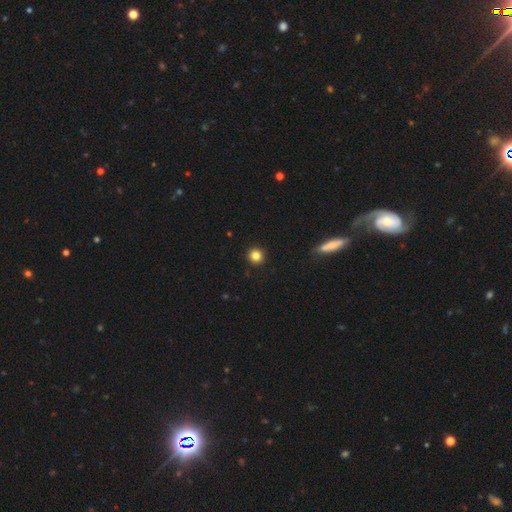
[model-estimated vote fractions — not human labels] Smooth or featured?
  - smooth: 83% *
  - star or artifact: 12%
  - featured or disk: 5%
How rounded?
  - round: 94% *
  - in between: 5%
  - cigar-shaped: 1%
Merging?
  - none: 93% *
  - minor disturbance: 4%
  - major disturbance: 1%
  - merger: 1%